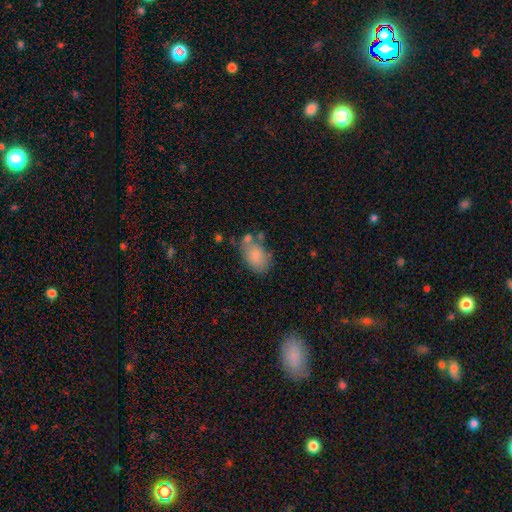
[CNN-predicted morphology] smooth-or-featured: smooth: 80% | featured or disk: 13% | star or artifact: 8%
  how-rounded: in between: 86% | round: 12% | cigar-shaped: 1%
  merging: none: 48% | minor disturbance: 24% | merger: 17% | major disturbance: 10%